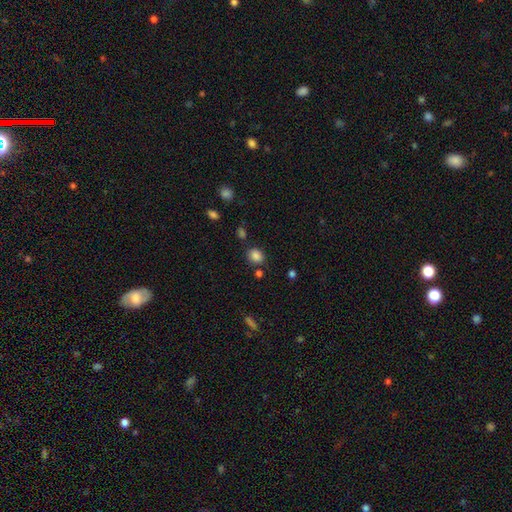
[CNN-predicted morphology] The model was most divided on "how rounded": round: 58%, in between: 41%, cigar-shaped: 1%. More confident: smooth or featured — smooth (84%); merging — none (77%).